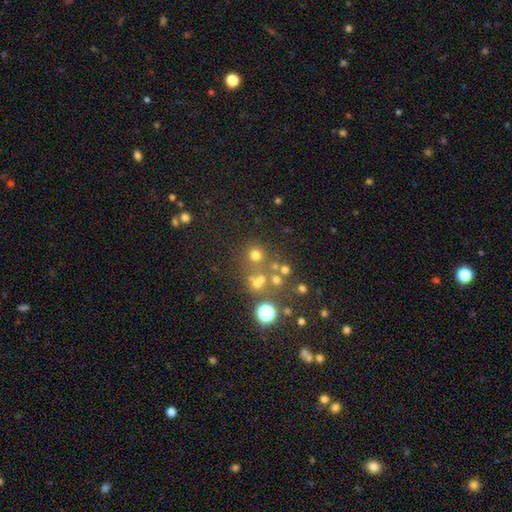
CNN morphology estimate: smooth_or_featured: smooth (p=0.51) [alt: star or artifact p=0.35]
how_rounded: round (p=0.89) [alt: in between p=0.10]
merging: none (p=0.64) [alt: merger p=0.20]